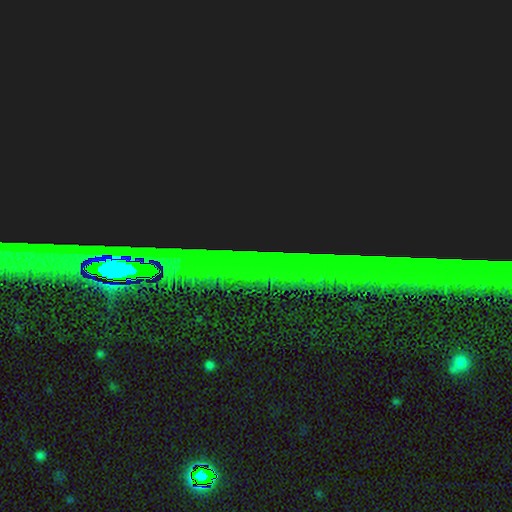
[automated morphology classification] A star or artifact, not a galaxy (85%).

Vote fractions:
- Smooth or featured? star or artifact: 85% / featured or disk: 8% / smooth: 7%